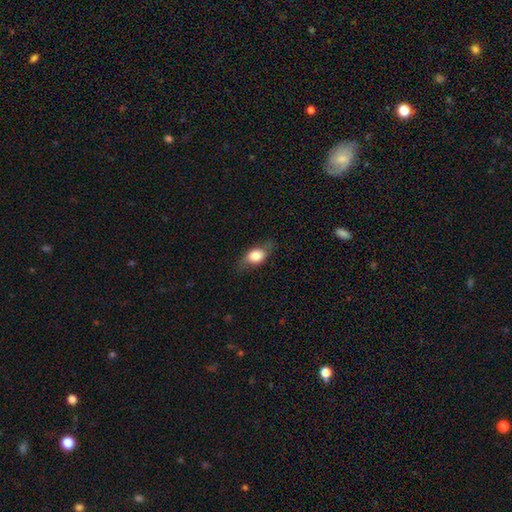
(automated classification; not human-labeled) This appears to be a smooth galaxy with no disk features (71%) that is in between round and cigar-shaped (77%). Merging: none (72%).